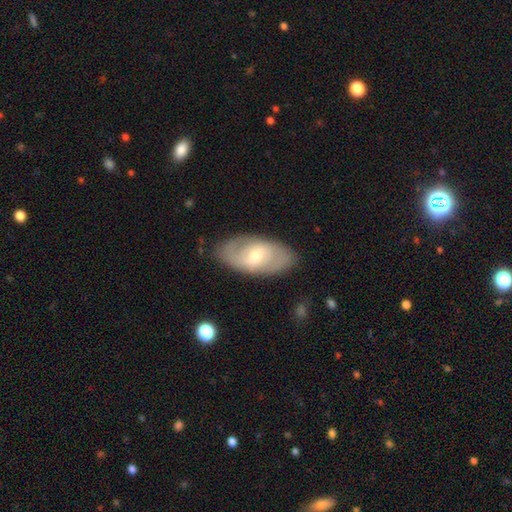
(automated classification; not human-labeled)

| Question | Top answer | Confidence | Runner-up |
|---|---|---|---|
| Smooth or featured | featured or disk | 62% | smooth (33%) |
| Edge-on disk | no | 92% | yes (8%) |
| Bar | weak | 52% | no (31%) |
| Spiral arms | yes | 71% | no (29%) |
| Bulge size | moderate | 48% | small (47%) |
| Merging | none | 83% | minor disturbance (12%) |